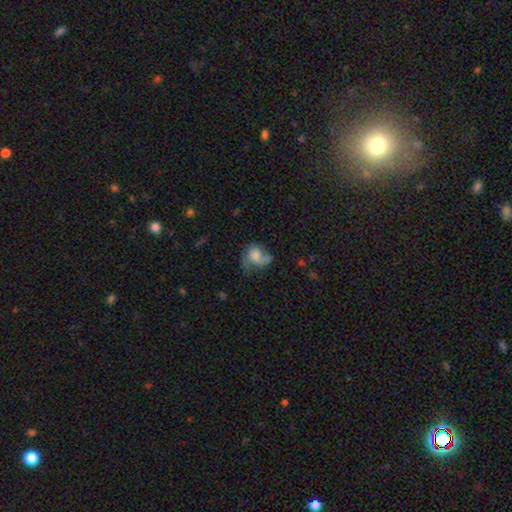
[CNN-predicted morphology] The model was most divided on "how rounded": in between: 50%, round: 49%, cigar-shaped: 1%. Remaining: smooth or featured — smooth (54%); merging — major disturbance (35%).